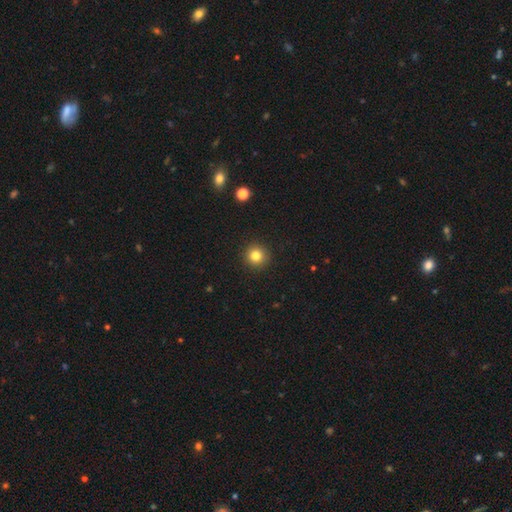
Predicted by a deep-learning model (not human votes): smooth 82%, star or artifact 12%, featured or disk 6%. Down the decision tree: how rounded — round (95%); merging — none (92%).